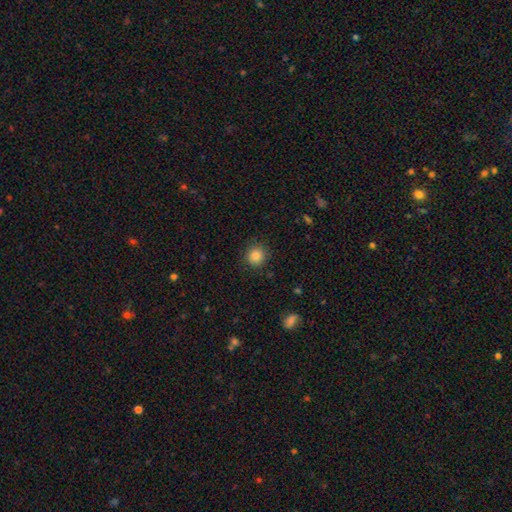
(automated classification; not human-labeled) This is clearly a smooth galaxy (84%). How rounded: clearly round (92%). Merging: clearly none (89%).